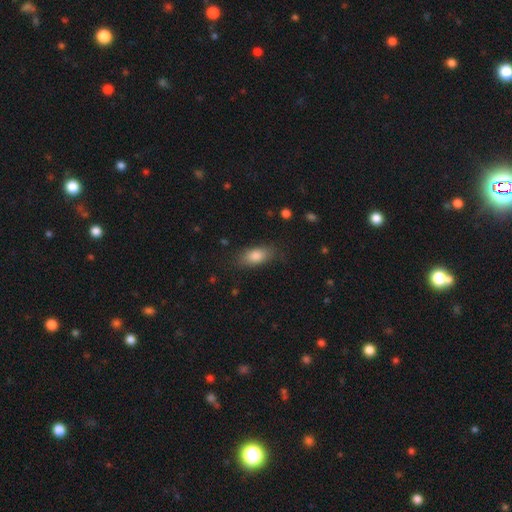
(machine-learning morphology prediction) A smooth galaxy with no disk features (82%) that is in between round and cigar-shaped (85%).

Vote fractions:
- Smooth or featured? smooth: 82% / featured or disk: 10% / star or artifact: 8%
- How rounded? in between: 85% / cigar-shaped: 9% / round: 6%
- Merging? none: 80% / minor disturbance: 15% / major disturbance: 4% / merger: 1%